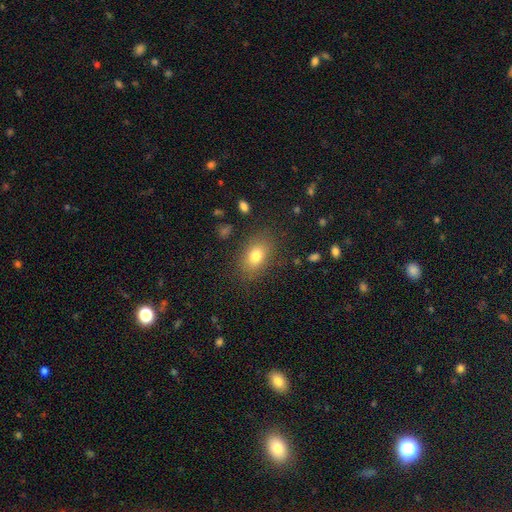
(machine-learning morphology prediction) Smooth or featured? Predicted: smooth (p=0.79). How rounded? Predicted: in between (p=0.83). Merging? Predicted: none (p=0.83).